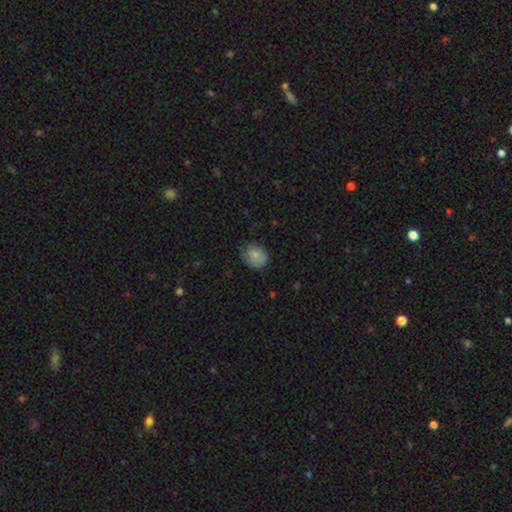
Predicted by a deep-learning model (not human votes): This is likely a smooth galaxy (79%). How rounded: possibly round (58%). Merging: likely none (65%).